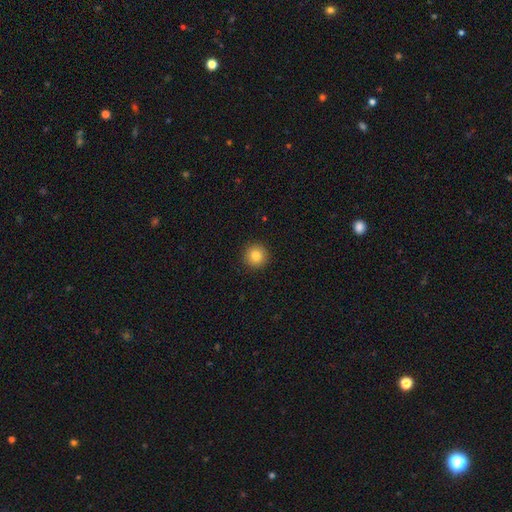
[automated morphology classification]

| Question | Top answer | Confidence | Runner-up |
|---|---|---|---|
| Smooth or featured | smooth | 84% | star or artifact (10%) |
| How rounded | round | 95% | in between (4%) |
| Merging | none | 93% | minor disturbance (5%) |